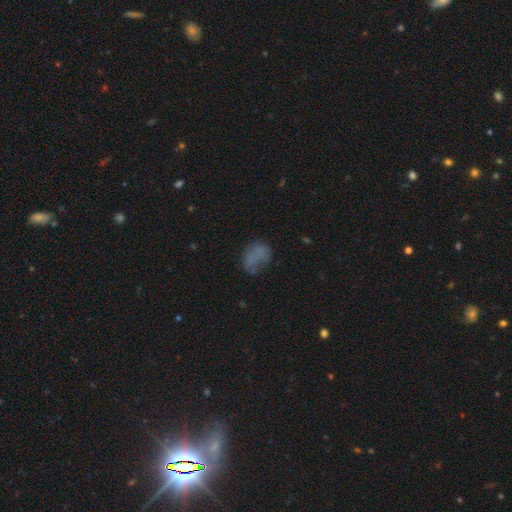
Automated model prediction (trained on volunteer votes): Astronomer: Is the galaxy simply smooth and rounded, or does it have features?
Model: smooth — 63%.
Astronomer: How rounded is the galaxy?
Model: in between — 72%.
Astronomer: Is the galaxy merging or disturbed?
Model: none — 42% (runner-up: major disturbance, 27%).